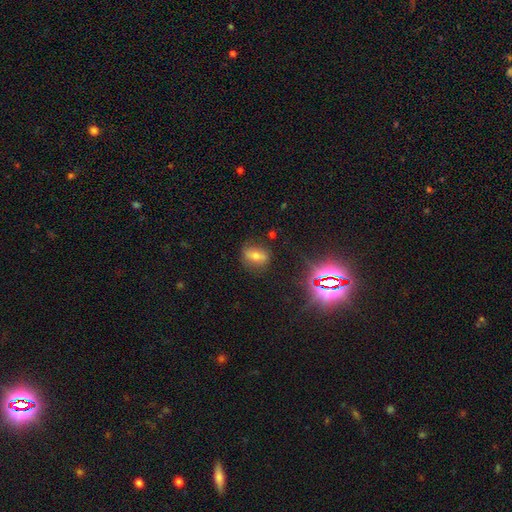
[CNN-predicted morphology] Q: Smooth or featured?
A: smooth (54%); runner-up: star or artifact (27%)
Q: How rounded?
A: in between (71%); runner-up: round (25%)
Q: Merging?
A: none (75%); runner-up: minor disturbance (17%)